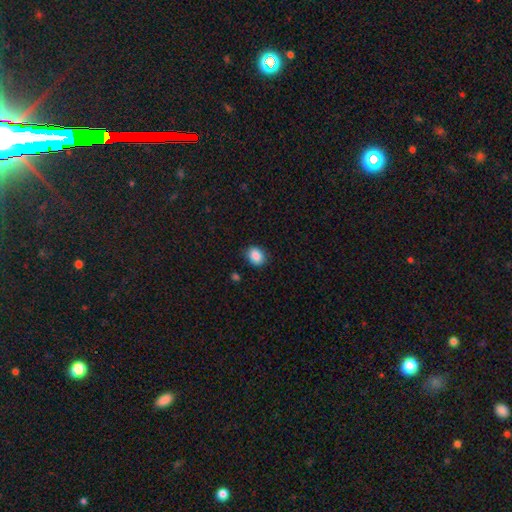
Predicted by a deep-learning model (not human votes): smooth 88%, star or artifact 8%, featured or disk 4%. Down the decision tree: how rounded — round (51%); merging — none (86%).